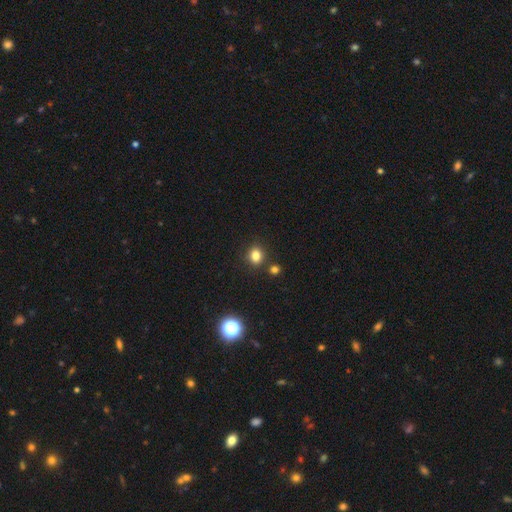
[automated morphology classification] A smooth galaxy with no disk features (81%) that is round (58%). Merging: none (79%).